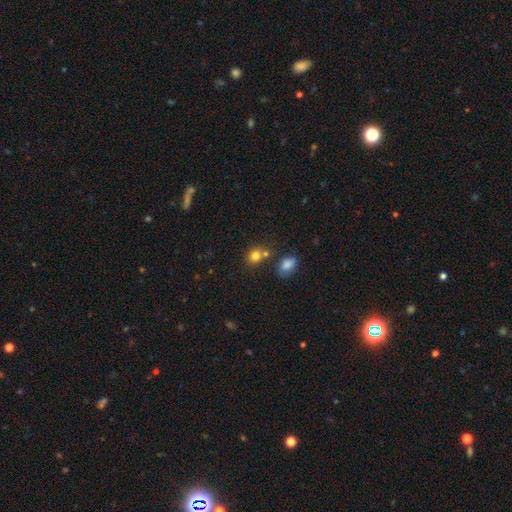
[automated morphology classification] Smooth or featured: smooth — 80% (star or artifact — 12%)
How rounded: round — 69% (in between — 30%)
Merging: none — 59% (merger — 26%)